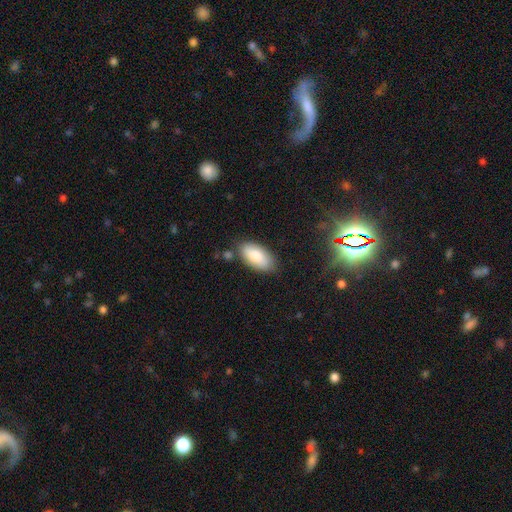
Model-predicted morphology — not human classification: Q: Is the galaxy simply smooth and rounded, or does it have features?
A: smooth — 81%.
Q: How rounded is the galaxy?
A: in between — 94%.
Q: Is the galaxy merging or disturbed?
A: none — 79%.